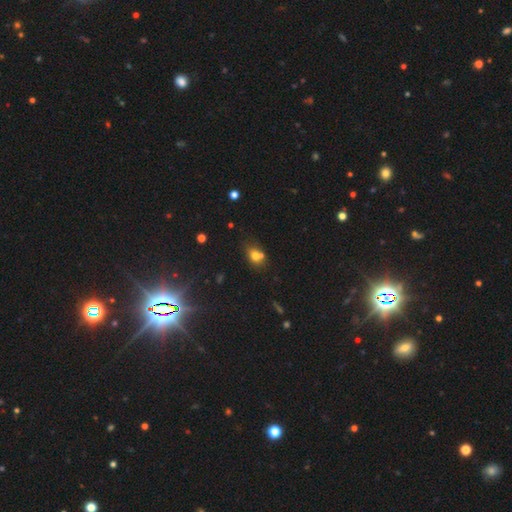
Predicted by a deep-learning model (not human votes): A smooth galaxy with no disk features (70%) that is in between round and cigar-shaped (52%). Merging: none (46%).